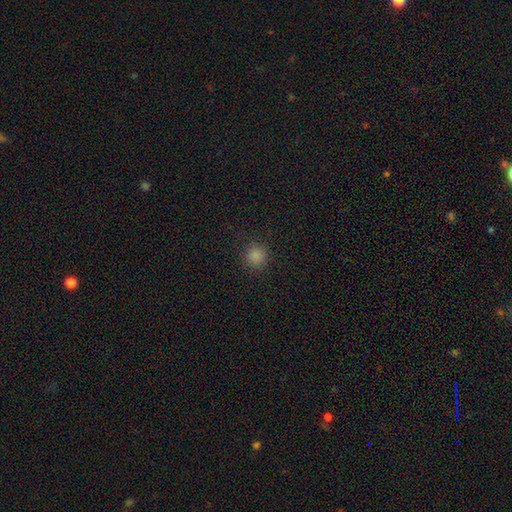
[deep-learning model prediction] Smooth or featured? smooth (84%)
How rounded? round (93%)
Merging? none (90%)